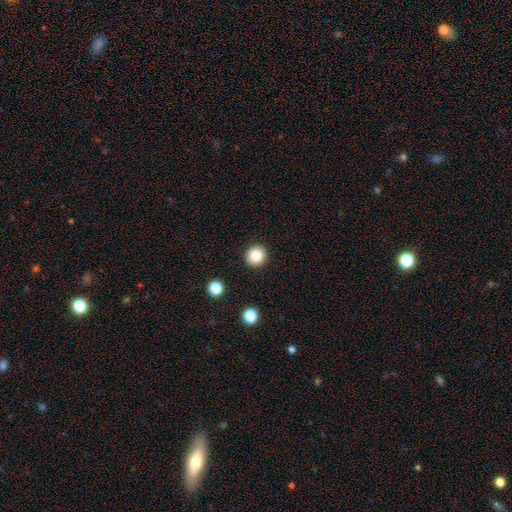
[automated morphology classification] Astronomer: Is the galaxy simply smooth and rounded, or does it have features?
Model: smooth — 85%.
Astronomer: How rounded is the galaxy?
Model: round — 90%.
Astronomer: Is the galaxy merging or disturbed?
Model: none — 92%.